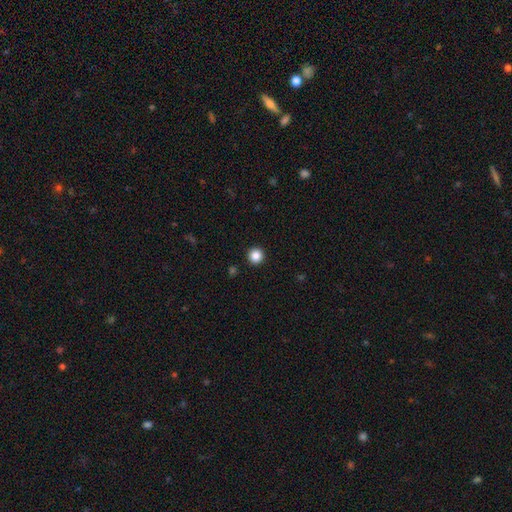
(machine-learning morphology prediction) Smooth or featured?
  - smooth: 86% *
  - star or artifact: 11%
  - featured or disk: 3%
How rounded?
  - round: 96% *
  - in between: 3%
  - cigar-shaped: 1%
Merging?
  - none: 94% *
  - minor disturbance: 4%
  - major disturbance: 1%
  - merger: 1%